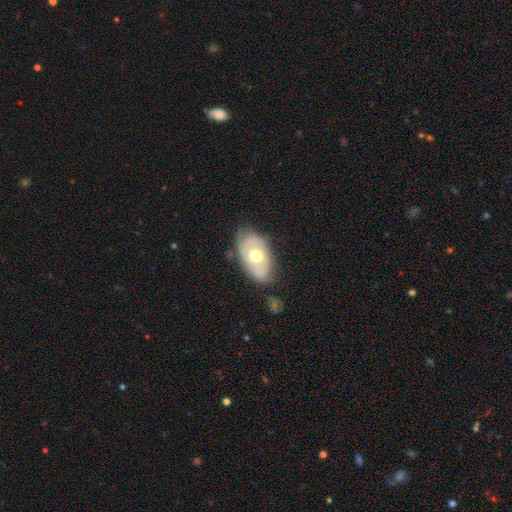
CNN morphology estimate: This appears to be a featured or disk galaxy (48%). Merging: none (66%).